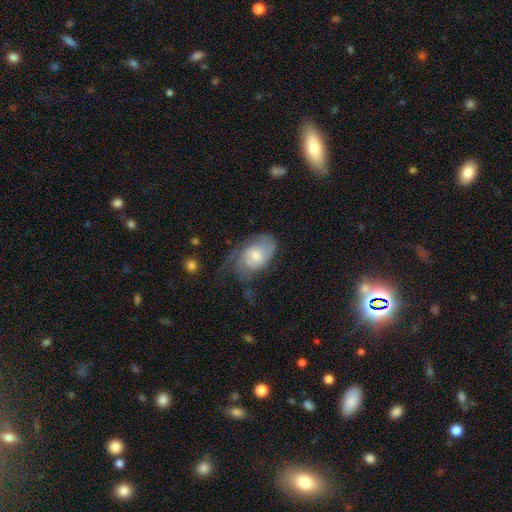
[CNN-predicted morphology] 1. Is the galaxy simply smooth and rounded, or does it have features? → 56% featured or disk, 37% smooth, 7% star or artifact.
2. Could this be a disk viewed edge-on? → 96% no, 4% yes.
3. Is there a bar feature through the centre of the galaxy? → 63% no, 33% weak, 4% strong.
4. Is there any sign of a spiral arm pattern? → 84% yes, 16% no.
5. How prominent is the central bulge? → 56% moderate, 30% small, 9% large, 3% none, 2% dominant.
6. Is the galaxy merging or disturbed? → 36% none, 32% major disturbance, 30% minor disturbance, 2% merger.